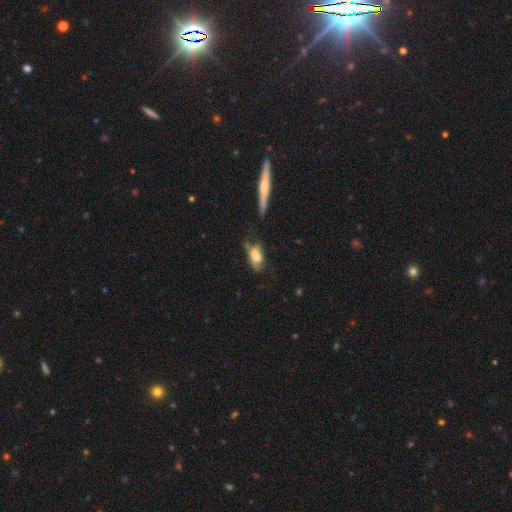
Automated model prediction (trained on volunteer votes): Morphology: type=smooth (61%); roundness=in between (82%); merging=none (32%).